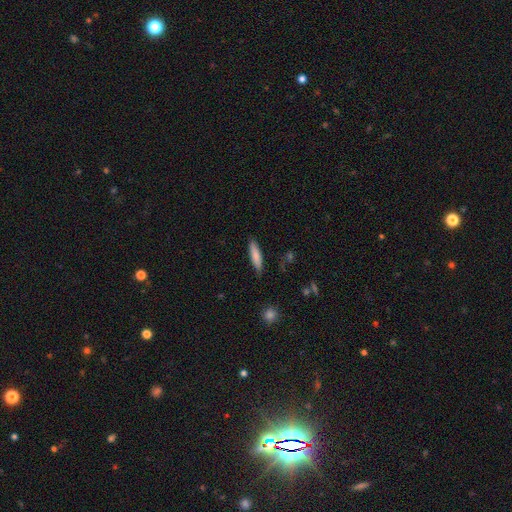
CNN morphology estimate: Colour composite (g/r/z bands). It shows a smooth galaxy with no disk features (81%) that is cigar-shaped (77%). Merging: none (85%).